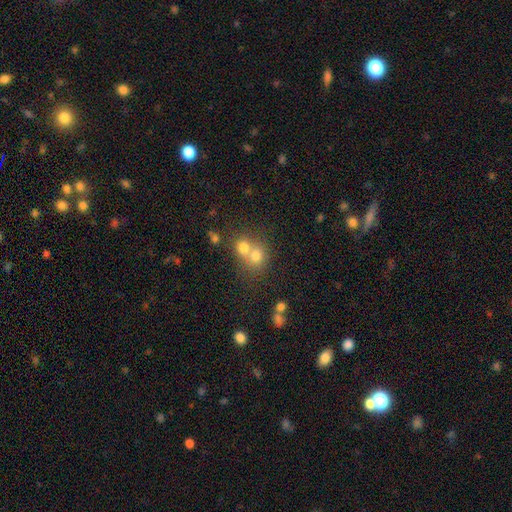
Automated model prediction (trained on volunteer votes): smooth 72%, featured or disk 14%, star or artifact 14%. Down the decision tree: how rounded — round (74%); merging — merger (60%).